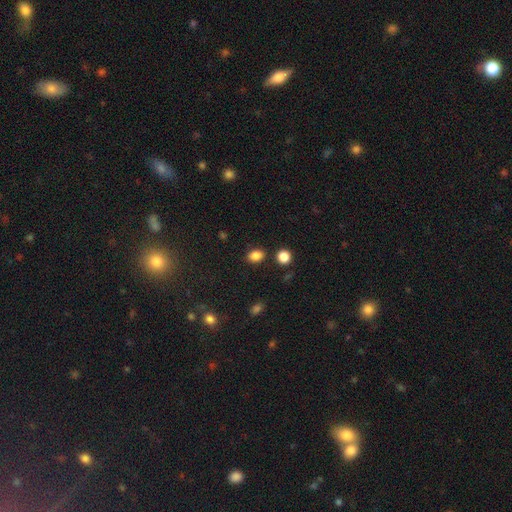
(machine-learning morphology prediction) Smooth or featured? smooth (84%)
How rounded? in between (71%)
Merging? none (82%)